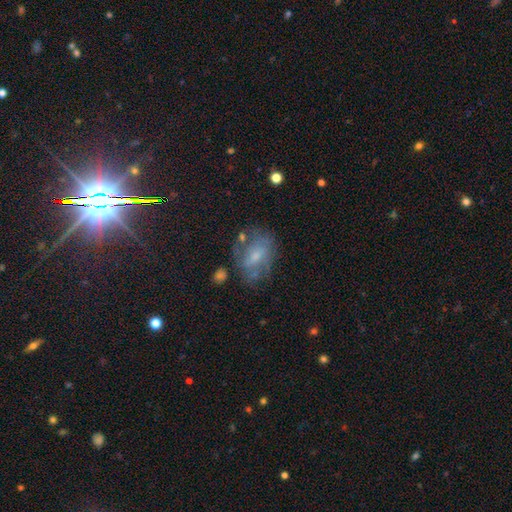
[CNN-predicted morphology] type=featured or disk (49%); merging=none (53%).